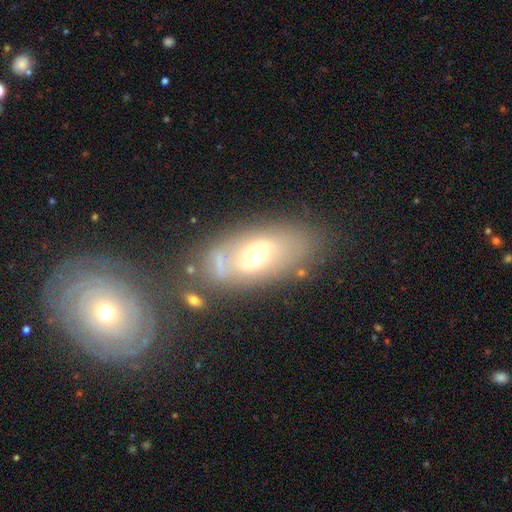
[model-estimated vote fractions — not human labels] This is possibly a featured or disk galaxy (53%). It is clearly not viewed edge-on (85%). Merging: possibly none (54%).